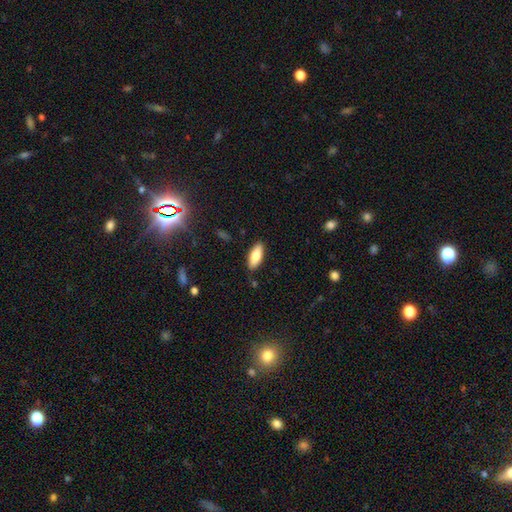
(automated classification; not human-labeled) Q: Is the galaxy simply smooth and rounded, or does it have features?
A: smooth — 81%.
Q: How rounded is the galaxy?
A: in between — 77%.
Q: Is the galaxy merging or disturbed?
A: none — 87%.